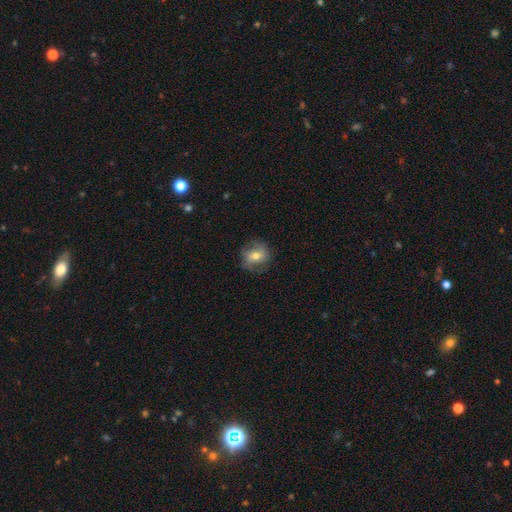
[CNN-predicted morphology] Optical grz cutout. It shows a smooth galaxy with no disk features (49%). Merging: none (74%).